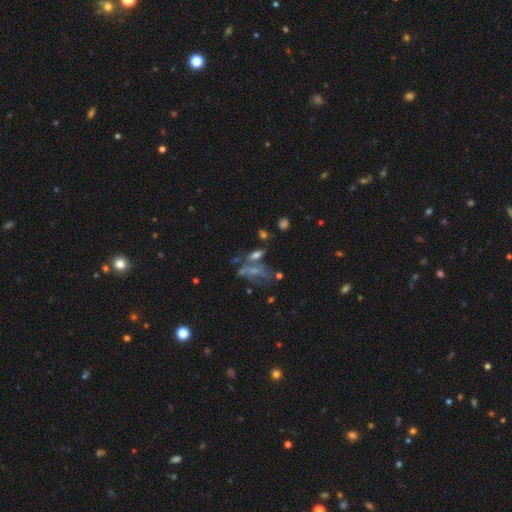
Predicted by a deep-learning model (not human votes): This appears to be a featured or disk galaxy (42%). Merging: none (37%).